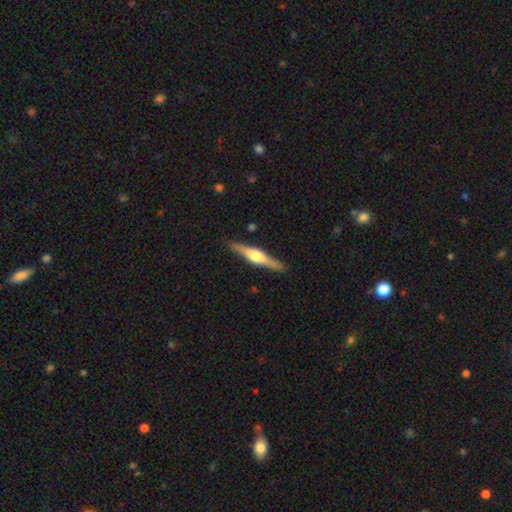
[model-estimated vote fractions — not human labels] featured or disk 72%, smooth 23%, star or artifact 5%. Down the decision tree: edge-on disk — yes (98%); edge-on bulge — rounded (89%); merging — none (90%).